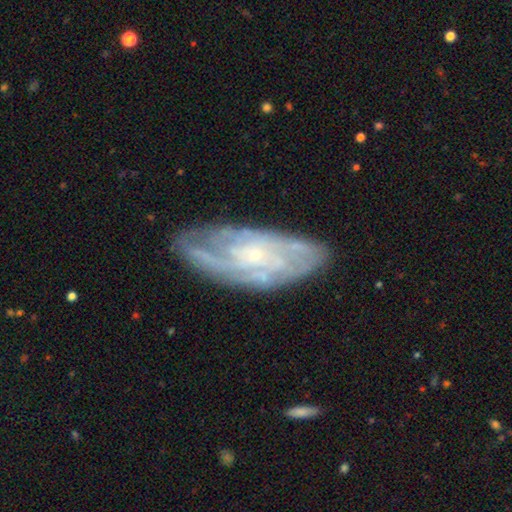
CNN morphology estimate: Q: Smooth or featured?
A: featured or disk (79%); runner-up: smooth (14%)
Q: Edge-on disk?
A: no (90%); runner-up: yes (10%)
Q: Bar?
A: no (75%); runner-up: weak (20%)
Q: Spiral arms?
A: yes (89%); runner-up: no (11%)
Q: Spiral winding?
A: tight (61%); runner-up: medium (30%)
Q: Spiral arm count?
A: can't tell (46%); runner-up: 2 (15%)
Q: Bulge size?
A: small (82%); runner-up: moderate (13%)
Q: Merging?
A: none (76%); runner-up: minor disturbance (17%)